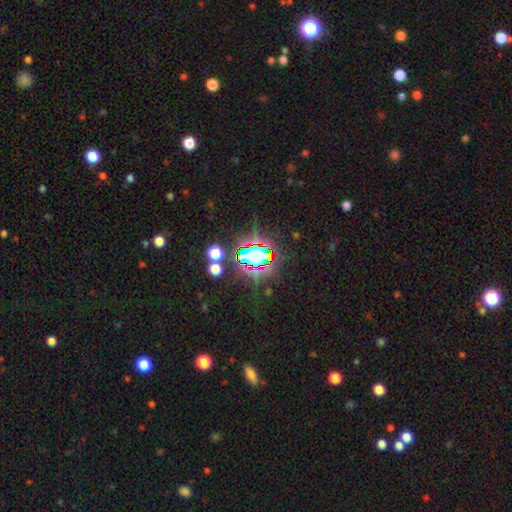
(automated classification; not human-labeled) smooth_or_featured: star or artifact (p=0.69) [alt: smooth p=0.20]